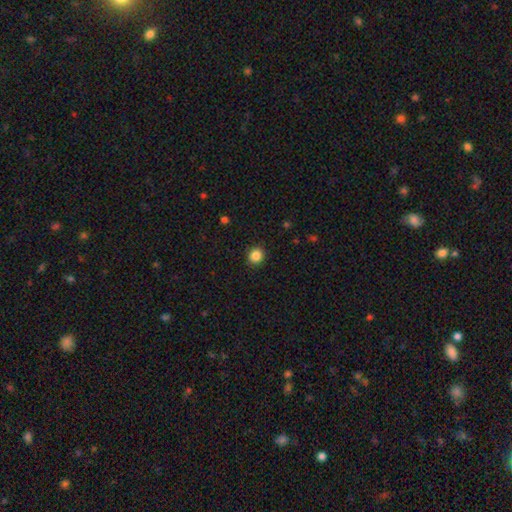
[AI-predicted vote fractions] smooth-or-featured: smooth: 85% | star or artifact: 11% | featured or disk: 4%
  how-rounded: round: 82% | in between: 17% | cigar-shaped: 1%
  merging: none: 92% | minor disturbance: 6% | major disturbance: 2% | merger: 1%